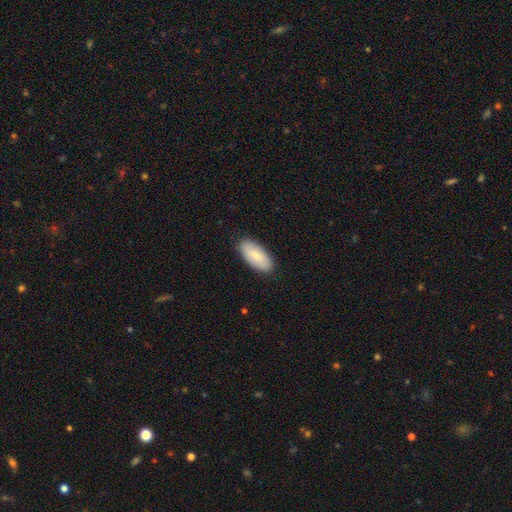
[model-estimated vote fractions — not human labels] The model was most divided on "smooth or featured": smooth: 79%, featured or disk: 15%, star or artifact: 6%. More confident: how rounded — in between (91%); merging — none (87%).